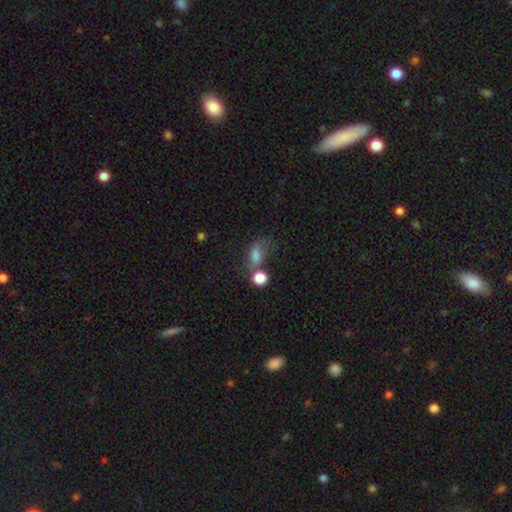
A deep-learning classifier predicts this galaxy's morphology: smooth_or_featured: smooth (p=0.70) [alt: star or artifact p=0.15]
how_rounded: in between (p=0.71) [alt: round p=0.27]
merging: none (p=0.34) [alt: minor disturbance p=0.23]